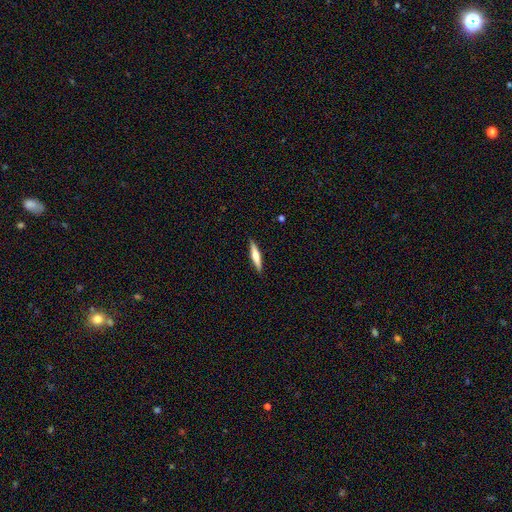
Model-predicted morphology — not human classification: A featured or disk galaxy (48%). Merging: none (91%).